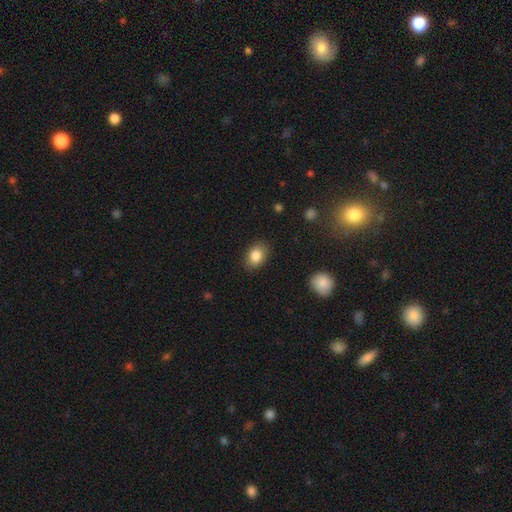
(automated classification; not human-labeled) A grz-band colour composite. It shows a smooth galaxy with no disk features (85%) that is in between round and cigar-shaped (76%). Merging: none (85%).